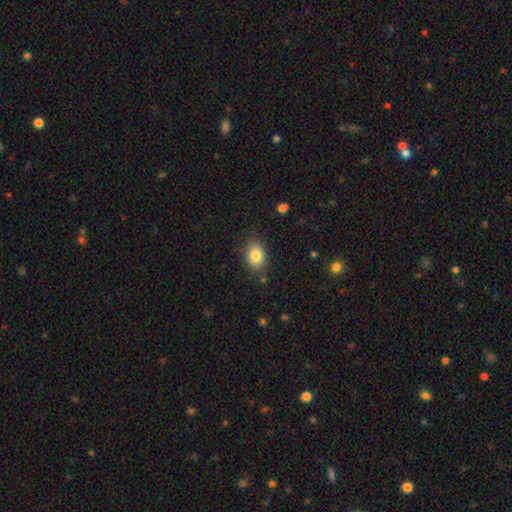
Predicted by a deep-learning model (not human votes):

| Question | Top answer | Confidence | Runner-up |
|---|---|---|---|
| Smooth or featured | smooth | 83% | star or artifact (9%) |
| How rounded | in between | 73% | round (26%) |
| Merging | none | 80% | minor disturbance (15%) |